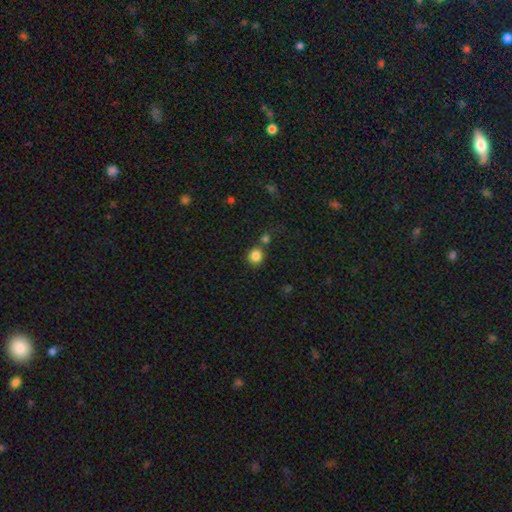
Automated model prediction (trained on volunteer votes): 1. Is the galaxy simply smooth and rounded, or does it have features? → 84% smooth, 11% star or artifact, 5% featured or disk.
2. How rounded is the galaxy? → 90% round, 9% in between, 1% cigar-shaped.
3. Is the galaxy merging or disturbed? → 73% none, 15% merger, 9% minor disturbance, 3% major disturbance.